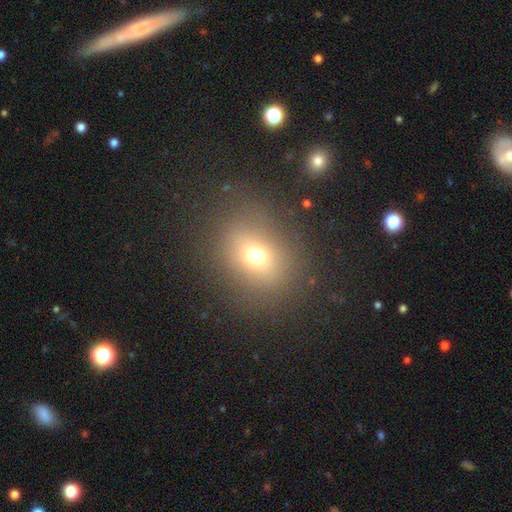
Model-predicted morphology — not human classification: Smooth or featured? smooth (66%)
How rounded? round (58%)
Merging? none (80%)